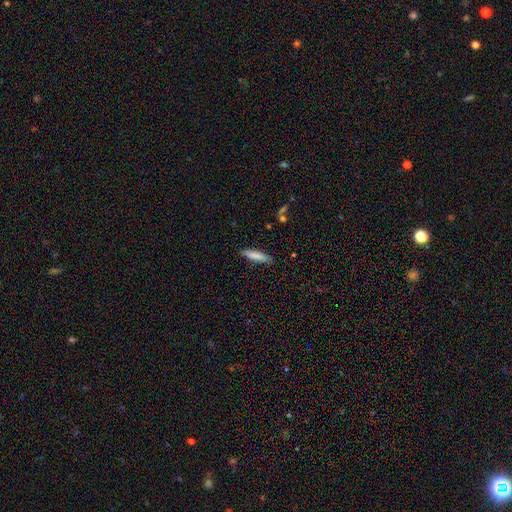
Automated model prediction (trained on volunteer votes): A smooth galaxy with no disk features (82%) that is cigar-shaped (84%). Merging: none (87%).